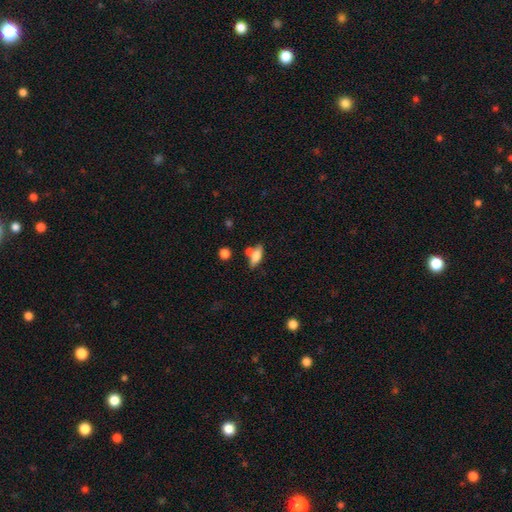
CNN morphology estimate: smooth_or_featured: smooth (p=0.72) [alt: featured or disk p=0.19]
how_rounded: in between (p=0.64) [alt: cigar-shaped p=0.32]
merging: none (p=0.54) [alt: merger p=0.23]